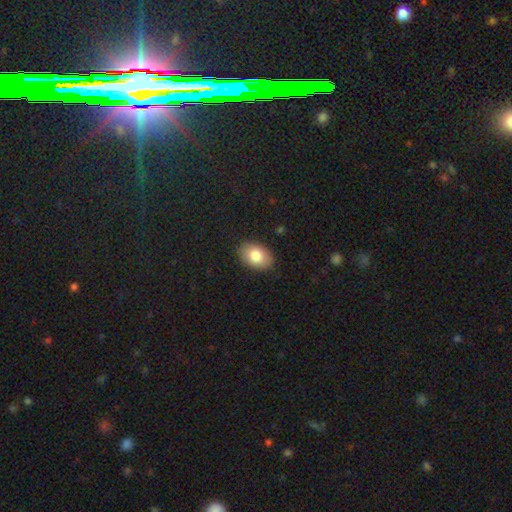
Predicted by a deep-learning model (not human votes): Smooth or featured? smooth (83%)
How rounded? in between (87%)
Merging? none (88%)